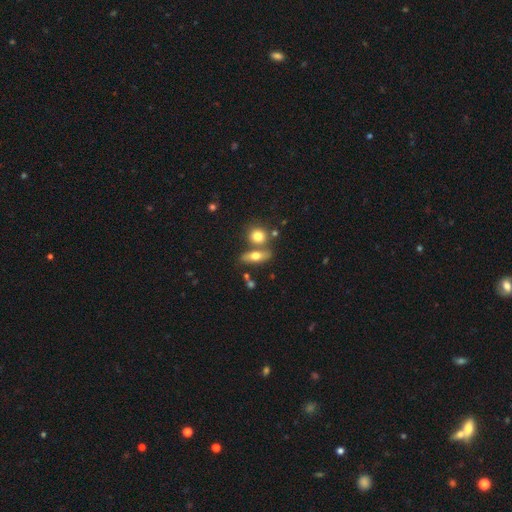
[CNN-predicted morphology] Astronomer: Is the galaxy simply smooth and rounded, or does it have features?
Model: smooth — 61%.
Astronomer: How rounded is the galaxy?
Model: in between — 60%.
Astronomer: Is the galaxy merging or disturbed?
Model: none — 62%.